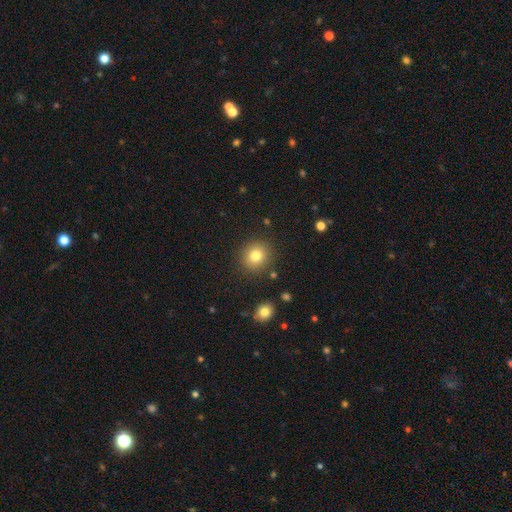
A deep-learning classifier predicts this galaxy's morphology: This appears to be a smooth galaxy with no disk features (80%) that is round (85%). Merging: none (88%).